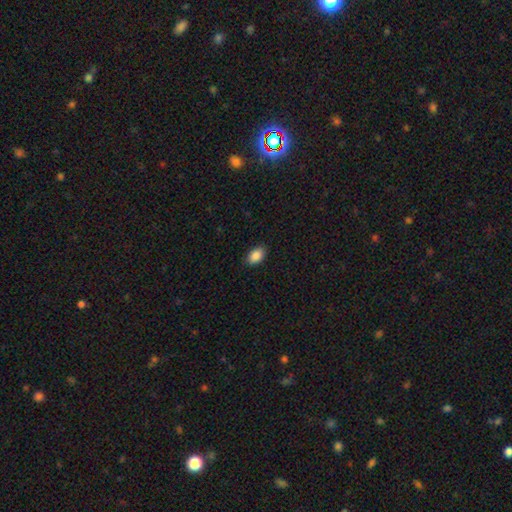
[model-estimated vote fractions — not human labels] Overall: smooth (89%). How rounded: in between (88%). Merging: none (87%).